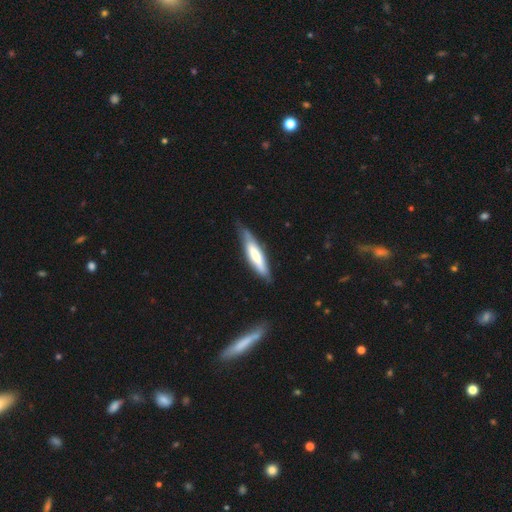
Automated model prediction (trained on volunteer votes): This appears to be a smooth galaxy with no disk features (55%) that is cigar-shaped (75%). Merging: none (69%).